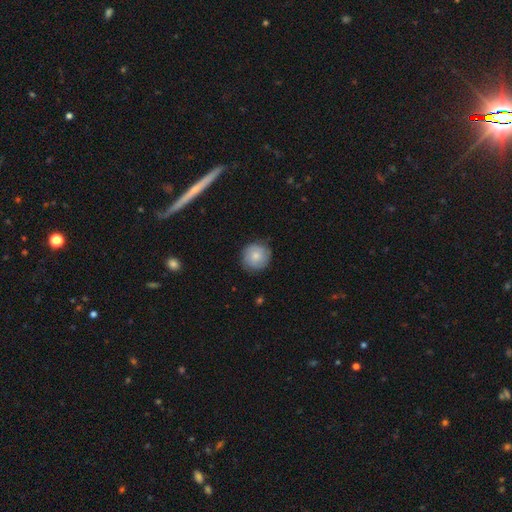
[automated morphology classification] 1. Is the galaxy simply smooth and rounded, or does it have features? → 75% smooth, 19% featured or disk, 7% star or artifact.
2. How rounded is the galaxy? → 93% round, 6% in between, 1% cigar-shaped.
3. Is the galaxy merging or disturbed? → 85% none, 11% minor disturbance, 3% major disturbance, 1% merger.